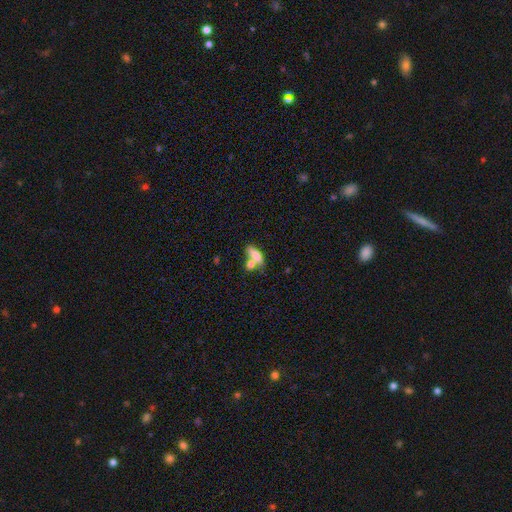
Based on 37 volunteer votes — A smooth galaxy with no disk features (70%) that is in between round and cigar-shaped (88%).

Vote fractions:
- Smooth or featured? smooth: 70% / featured or disk: 22% / star or artifact: 8%
- How rounded? in between: 88% / cigar-shaped: 12% / round: 0%
- Merging? merger: 62% / none: 26% / major disturbance: 9% / minor disturbance: 3%